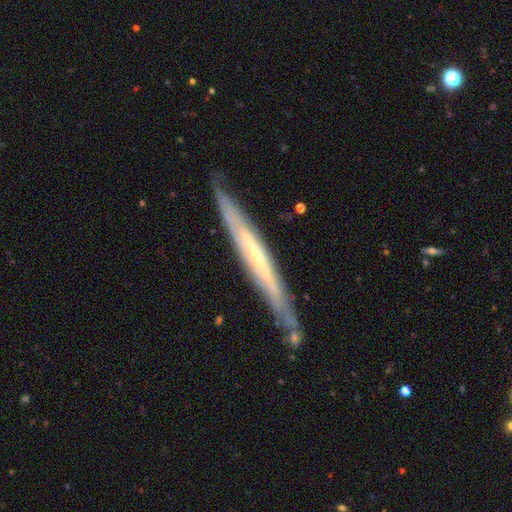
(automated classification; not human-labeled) Smooth or featured? featured or disk (68%)
Edge-on disk? yes (87%)
Edge-on bulge? none (75%)
Merging? none (79%)